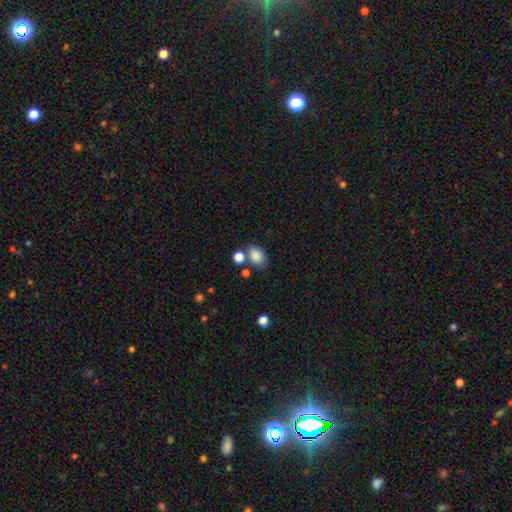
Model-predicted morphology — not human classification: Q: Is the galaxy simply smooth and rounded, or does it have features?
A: smooth — 85%.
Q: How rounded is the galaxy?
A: in between — 76%.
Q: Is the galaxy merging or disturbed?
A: none — 62%.